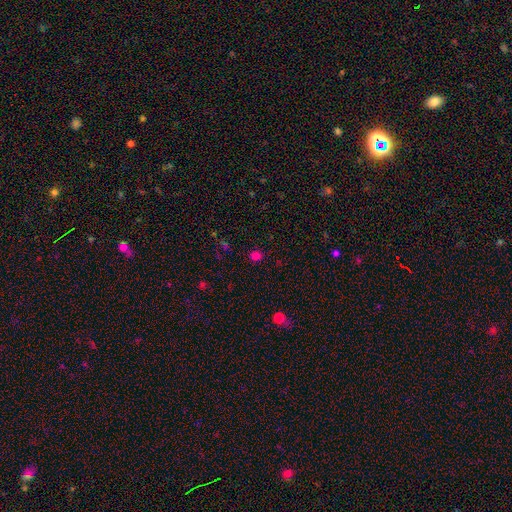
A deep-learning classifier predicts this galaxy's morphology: smooth_or_featured: smooth (p=0.78) [alt: star or artifact p=0.18]
how_rounded: round (p=0.77) [alt: in between p=0.22]
merging: none (p=0.89) [alt: minor disturbance p=0.07]